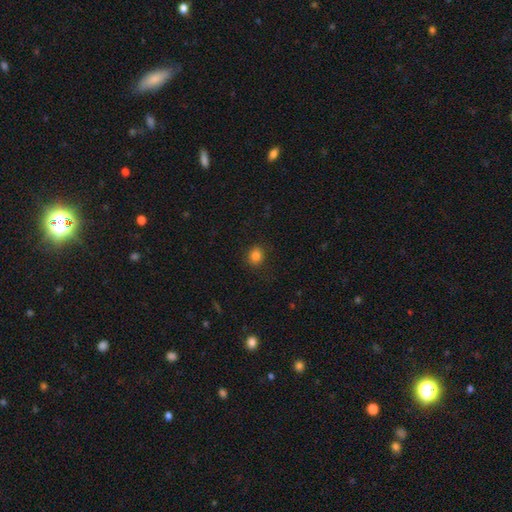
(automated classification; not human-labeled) A smooth galaxy with no disk features (84%) that is round (78%). Merging: none (86%).